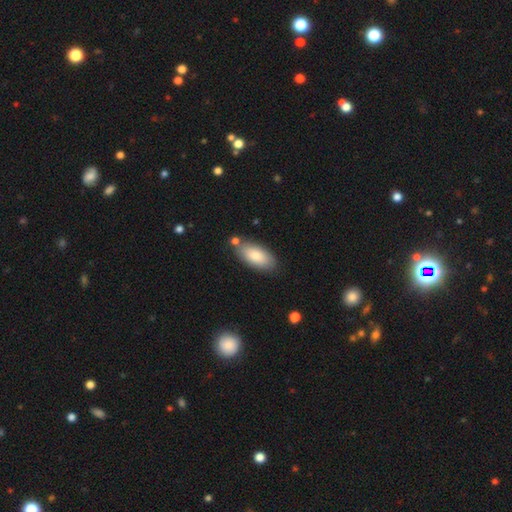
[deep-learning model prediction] smooth-or-featured: smooth: 81% | featured or disk: 13% | star or artifact: 6%
  how-rounded: in between: 91% | cigar-shaped: 7% | round: 2%
  merging: none: 73% | minor disturbance: 15% | merger: 9% | major disturbance: 3%